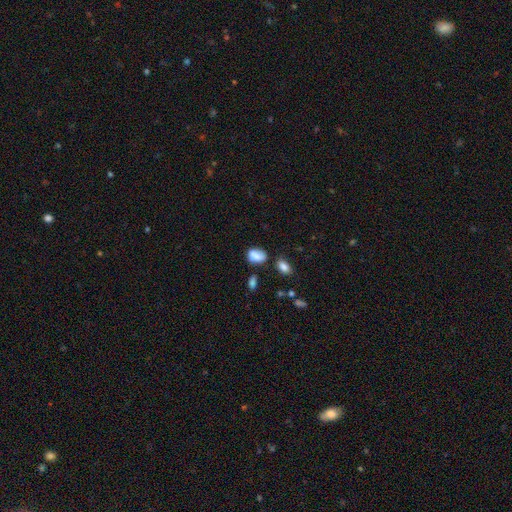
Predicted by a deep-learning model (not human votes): The model was most divided on "merging": none: 54%, minor disturbance: 23%, merger: 16%, major disturbance: 7%. More confident: smooth or featured — smooth (79%); how rounded — in between (74%).